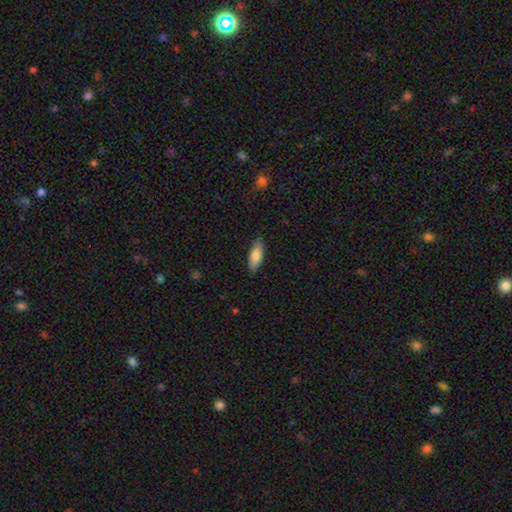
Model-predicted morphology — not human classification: type=smooth (78%); roundness=in between (65%); merging=none (87%).